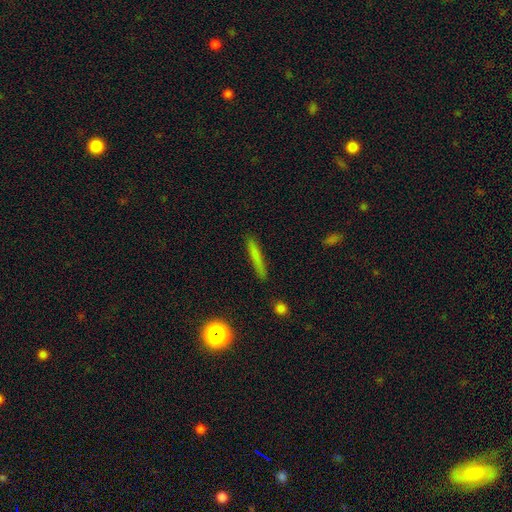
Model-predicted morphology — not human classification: Smooth or featured?
  - smooth: 70% *
  - featured or disk: 20%
  - star or artifact: 10%
How rounded?
  - cigar-shaped: 93% *
  - in between: 5%
  - round: 2%
Merging?
  - none: 87% *
  - minor disturbance: 9%
  - major disturbance: 2%
  - merger: 2%